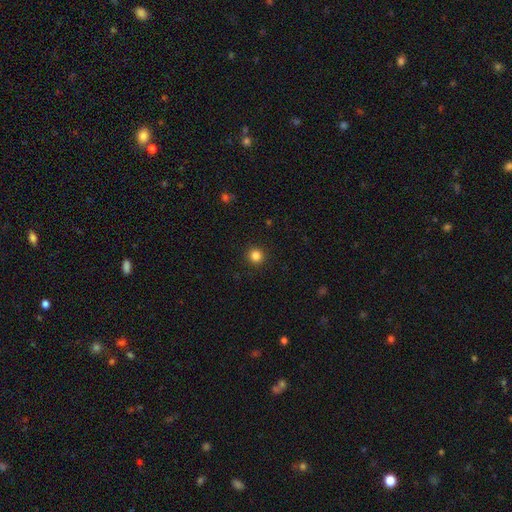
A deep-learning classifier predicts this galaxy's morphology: The model was most divided on "smooth or featured": smooth: 84%, star or artifact: 12%, featured or disk: 4%. More confident: how rounded — round (95%); merging — none (93%).